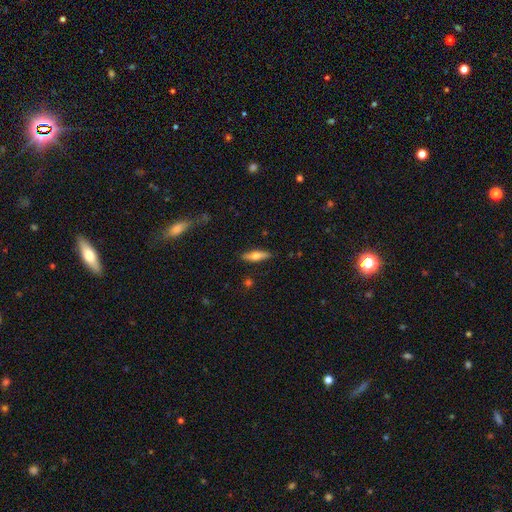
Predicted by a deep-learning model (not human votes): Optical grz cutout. It shows a featured or disk galaxy (48%). Merging: none (88%).